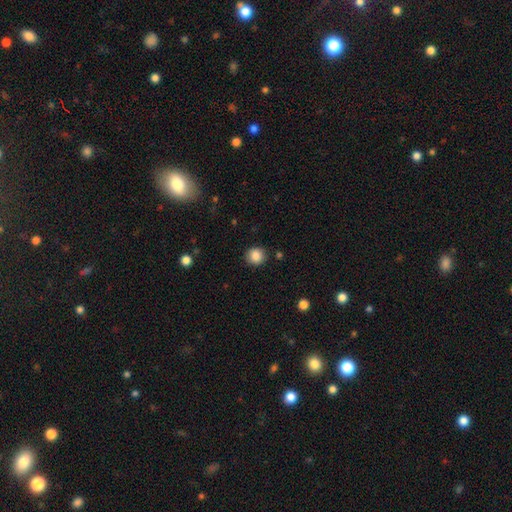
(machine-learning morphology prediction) A smooth galaxy with no disk features (86%) that is round (87%). Merging: none (88%).